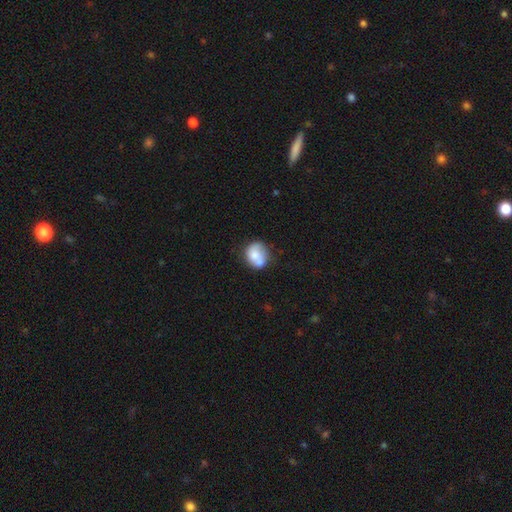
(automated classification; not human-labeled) Smooth or featured?
  - smooth: 70% *
  - featured or disk: 23%
  - star or artifact: 8%
How rounded?
  - round: 66% *
  - in between: 33%
  - cigar-shaped: 1%
Merging?
  - none: 40% *
  - merger: 34%
  - minor disturbance: 19%
  - major disturbance: 7%